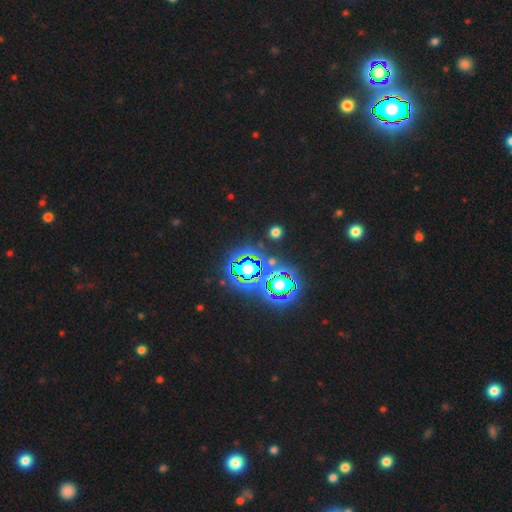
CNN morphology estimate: Q: Smooth or featured?
A: star or artifact (82%); runner-up: smooth (11%)